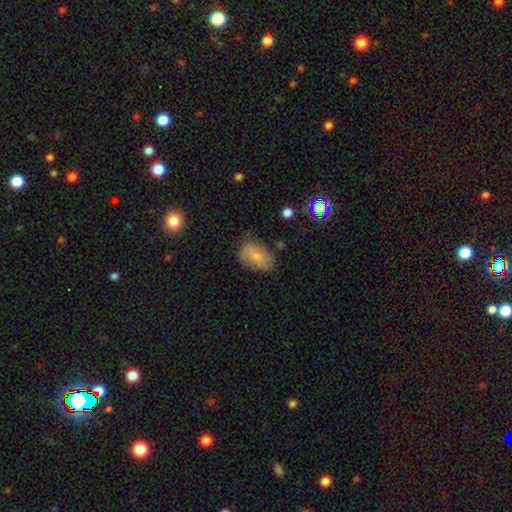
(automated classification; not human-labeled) Smooth or featured? Predicted: smooth (p=0.70). How rounded? Predicted: in between (p=0.87). Merging? Predicted: none (p=0.64).